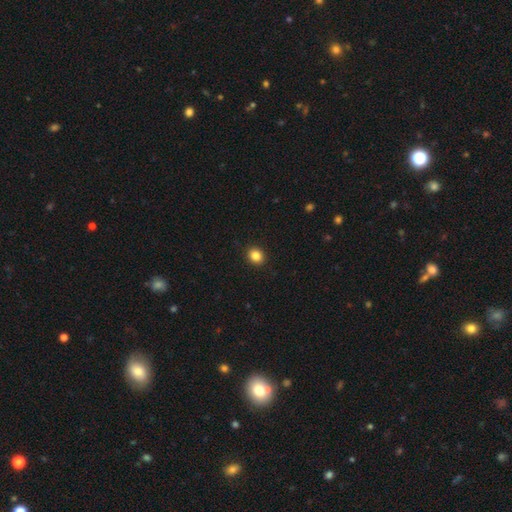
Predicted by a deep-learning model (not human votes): The model was most divided on "how rounded": round: 64%, in between: 35%, cigar-shaped: 1%. More confident: merging — none (92%); smooth or featured — smooth (85%).